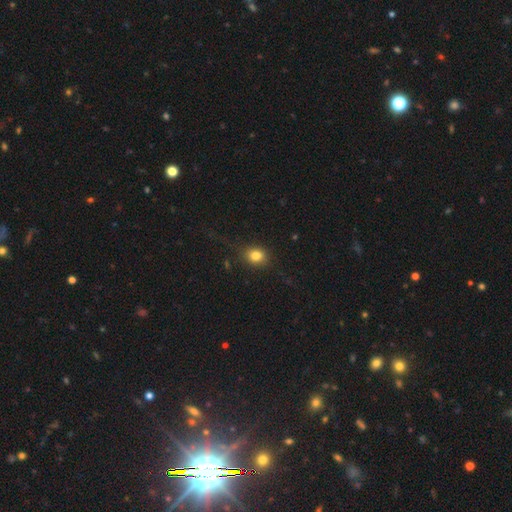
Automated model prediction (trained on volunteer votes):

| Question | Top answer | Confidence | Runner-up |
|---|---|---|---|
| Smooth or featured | smooth | 81% | star or artifact (11%) |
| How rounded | round | 53% | in between (45%) |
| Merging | none | 79% | minor disturbance (13%) |